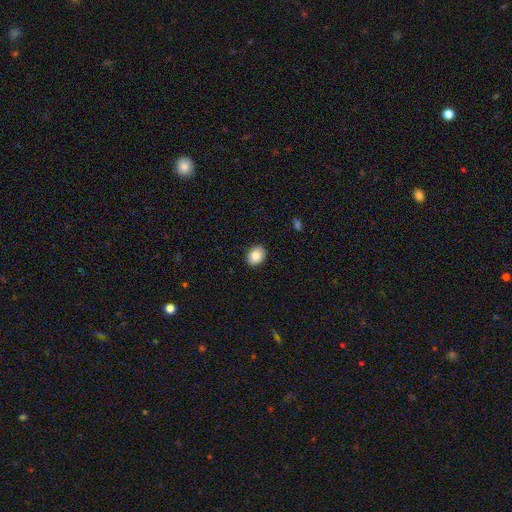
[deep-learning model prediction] Overall: smooth (84%). How rounded: in between (55%; round 44%). Merging: none (89%).